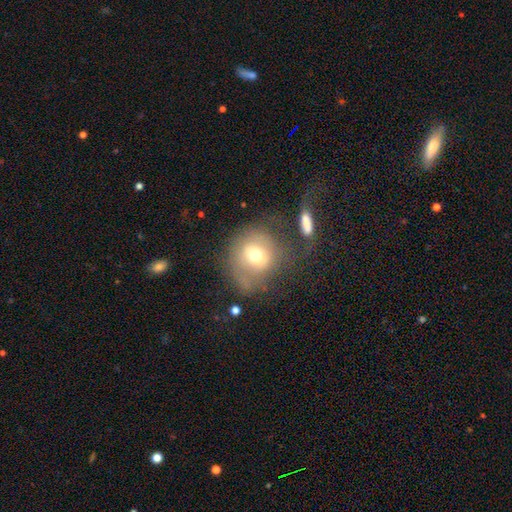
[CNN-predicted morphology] This is possibly a smooth galaxy (56%). How rounded: clearly round (82%). Merging: marginally none (43%).